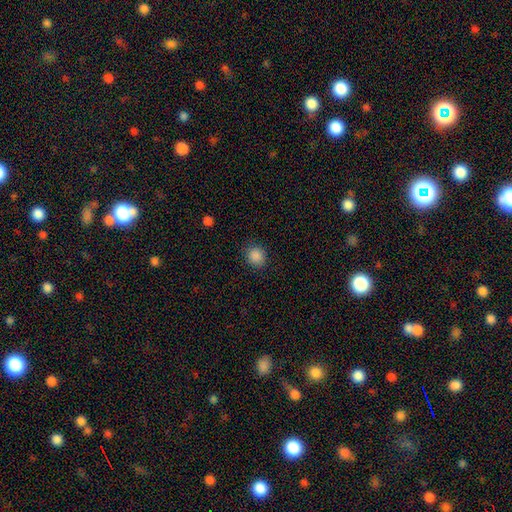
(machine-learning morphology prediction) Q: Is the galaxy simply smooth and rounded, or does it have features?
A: smooth — 88%.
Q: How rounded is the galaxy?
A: round — 81%.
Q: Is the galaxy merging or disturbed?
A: none — 87%.